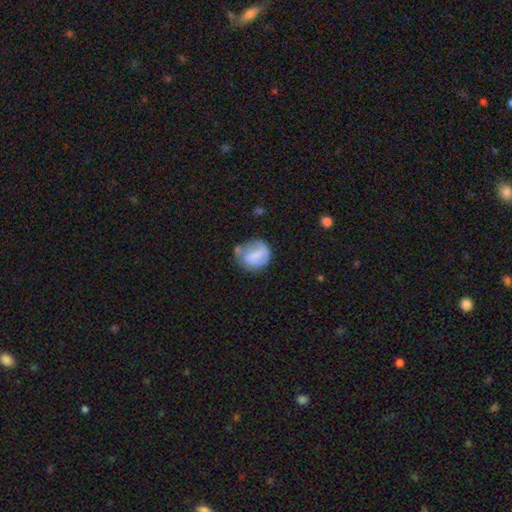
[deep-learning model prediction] Q: Smooth or featured?
A: smooth (65%); runner-up: featured or disk (28%)
Q: How rounded?
A: round (68%); runner-up: in between (31%)
Q: Merging?
A: none (41%); runner-up: minor disturbance (32%)